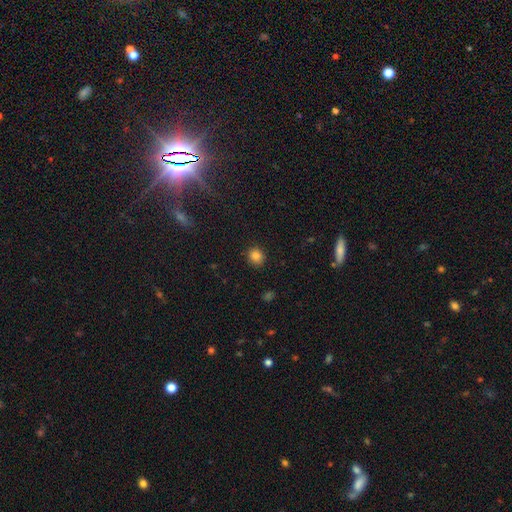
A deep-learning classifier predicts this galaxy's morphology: Smooth or featured? Predicted: smooth (p=0.83). How rounded? Predicted: round (p=0.81). Merging? Predicted: none (p=0.89).